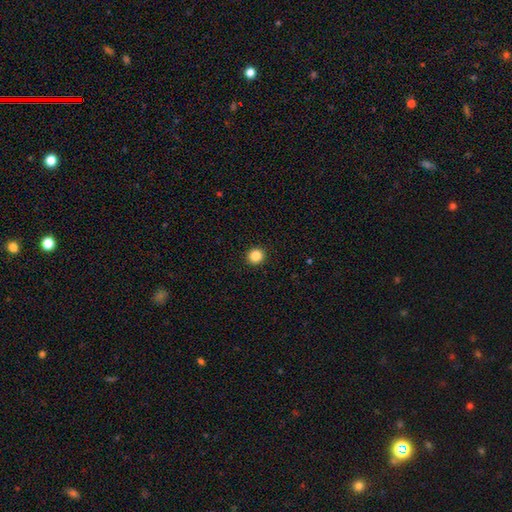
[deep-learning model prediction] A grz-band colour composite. It shows a smooth galaxy with no disk features (86%) that is round (92%). Merging: none (93%).